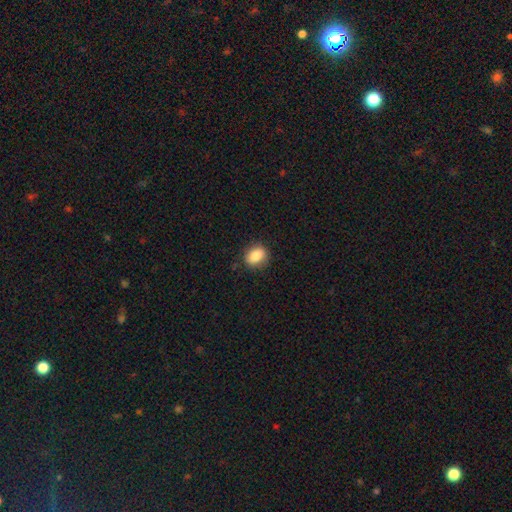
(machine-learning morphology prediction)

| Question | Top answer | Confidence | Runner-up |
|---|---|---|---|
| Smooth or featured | smooth | 84% | star or artifact (9%) |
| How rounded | in between | 53% | round (46%) |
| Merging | none | 86% | minor disturbance (10%) |